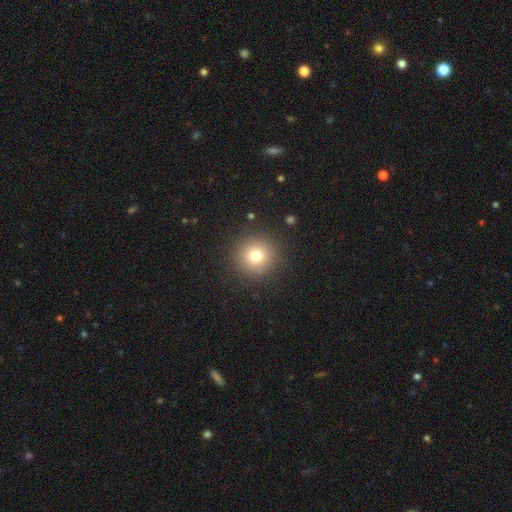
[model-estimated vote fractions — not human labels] This is likely a smooth galaxy (77%). How rounded: clearly round (94%). Merging: clearly none (89%).